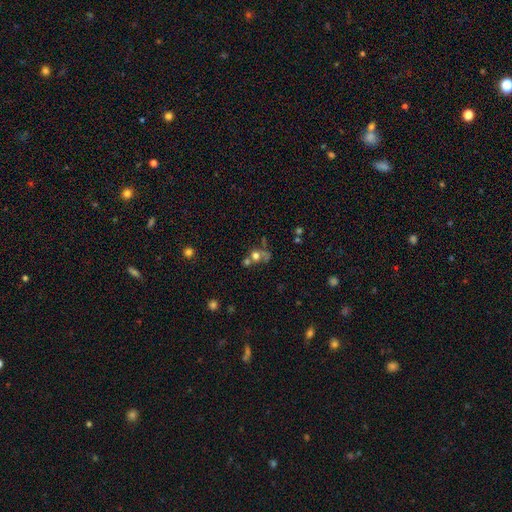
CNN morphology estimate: Smooth or featured? Predicted: smooth (p=0.59). How rounded? Predicted: round (p=0.70). Merging? Predicted: merger (p=0.47).